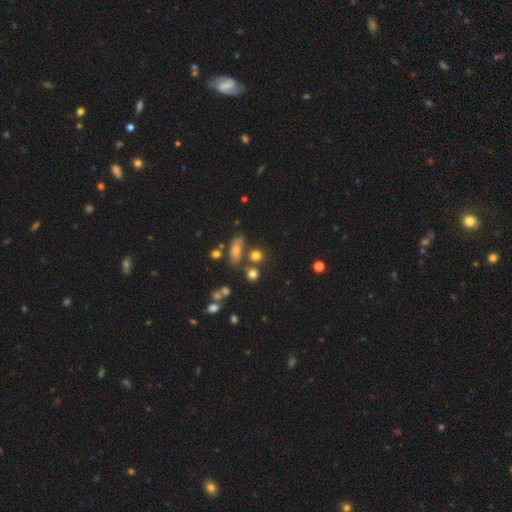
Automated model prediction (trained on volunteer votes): smooth 76%, star or artifact 15%, featured or disk 9%. Down the decision tree: how rounded — round (79%); merging — none (70%).